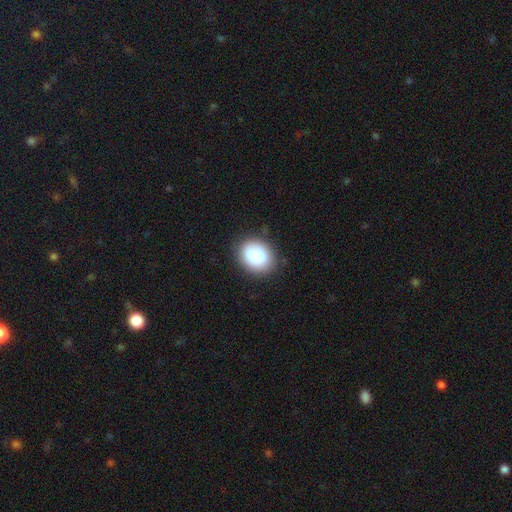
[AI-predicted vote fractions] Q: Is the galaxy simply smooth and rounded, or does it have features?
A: smooth — 87%.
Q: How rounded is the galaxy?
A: round — 51%.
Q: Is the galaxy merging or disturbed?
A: none — 83%.